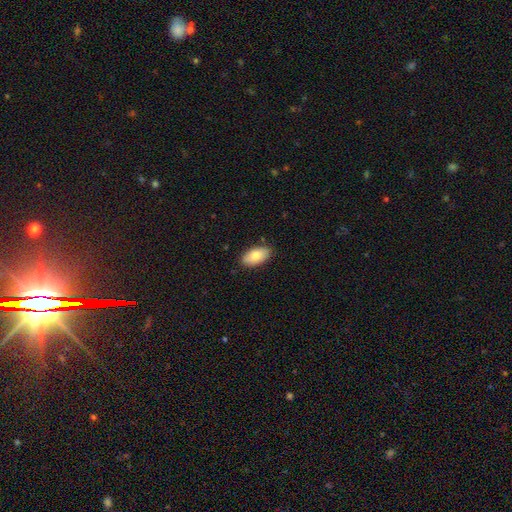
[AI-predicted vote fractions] smooth-or-featured: smooth: 83% | featured or disk: 11% | star or artifact: 6%
  how-rounded: in between: 94% | cigar-shaped: 3% | round: 3%
  merging: none: 84% | minor disturbance: 12% | major disturbance: 2% | merger: 1%